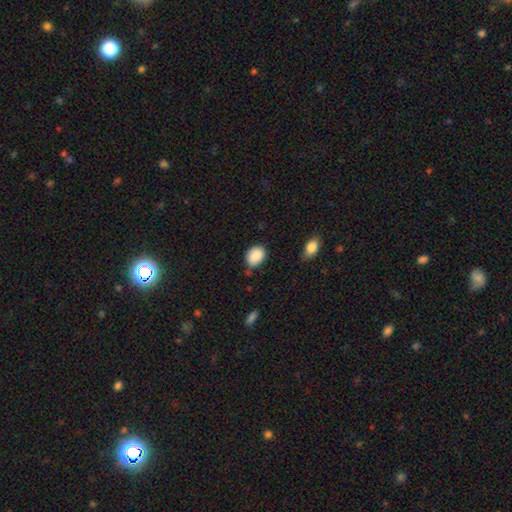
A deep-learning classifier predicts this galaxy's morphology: Q: Smooth or featured?
A: smooth (89%); runner-up: star or artifact (7%)
Q: How rounded?
A: in between (62%); runner-up: round (37%)
Q: Merging?
A: none (73%); runner-up: minor disturbance (20%)